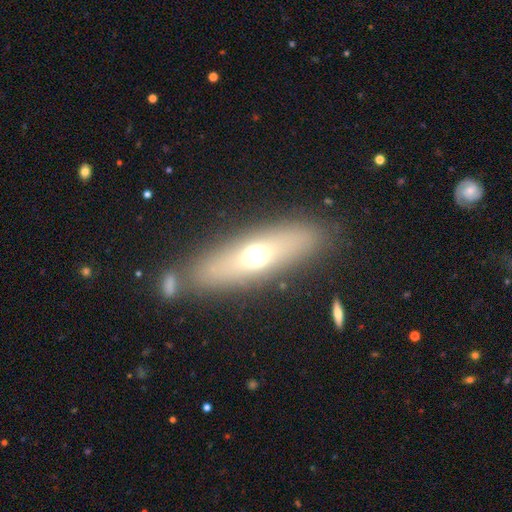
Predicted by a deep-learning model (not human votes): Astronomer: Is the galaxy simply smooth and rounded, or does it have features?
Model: smooth — 55% (runner-up: featured or disk, 34%).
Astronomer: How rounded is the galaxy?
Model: cigar-shaped — 53% (runner-up: in between, 42%).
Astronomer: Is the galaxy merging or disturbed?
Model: none — 80%.